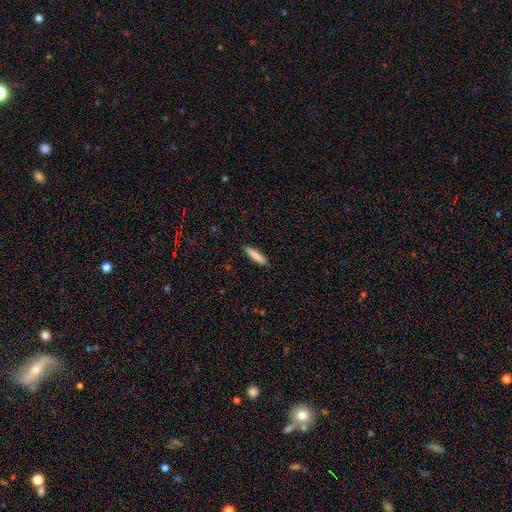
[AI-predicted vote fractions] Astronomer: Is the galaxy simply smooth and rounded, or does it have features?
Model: smooth — 85%.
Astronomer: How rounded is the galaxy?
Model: cigar-shaped — 81%.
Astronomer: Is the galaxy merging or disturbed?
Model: none — 90%.